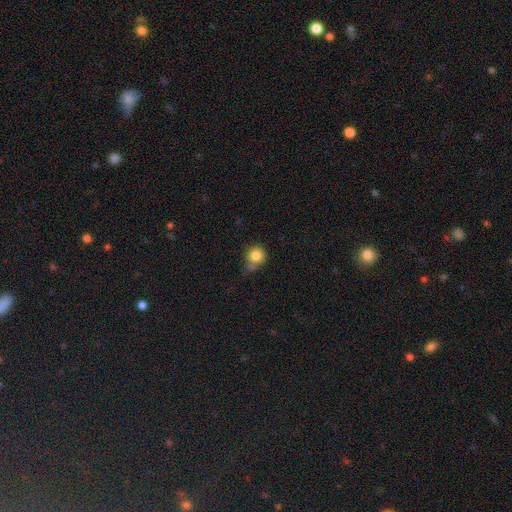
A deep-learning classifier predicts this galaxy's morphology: This is clearly a smooth galaxy (82%). How rounded: clearly round (85%). Merging: possibly none (53%).